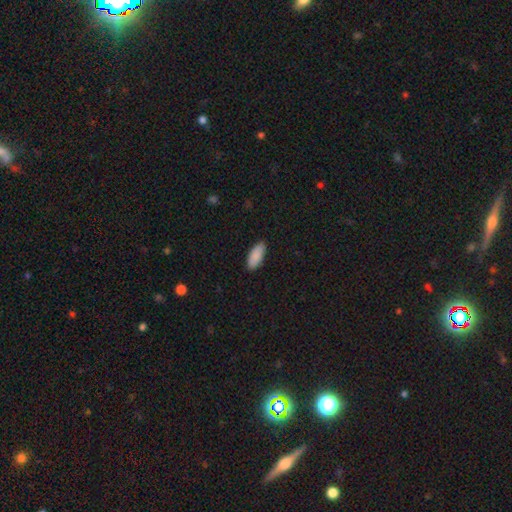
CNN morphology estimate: Smooth or featured: smooth — 89% (star or artifact — 6%)
How rounded: in between — 83% (cigar-shaped — 16%)
Merging: none — 89% (minor disturbance — 8%)